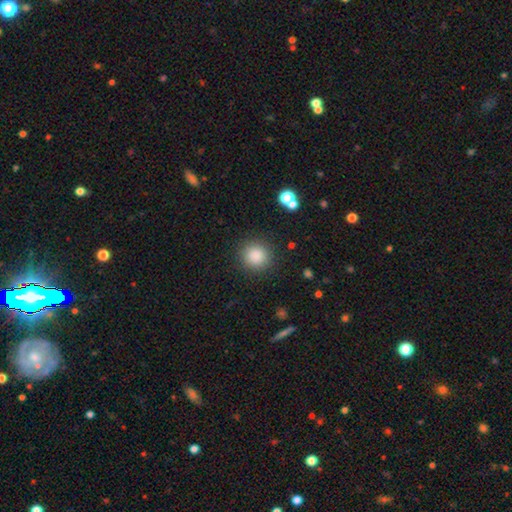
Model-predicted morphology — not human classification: Q: Smooth or featured?
A: smooth (86%); runner-up: star or artifact (11%)
Q: How rounded?
A: round (93%); runner-up: in between (6%)
Q: Merging?
A: none (88%); runner-up: minor disturbance (7%)